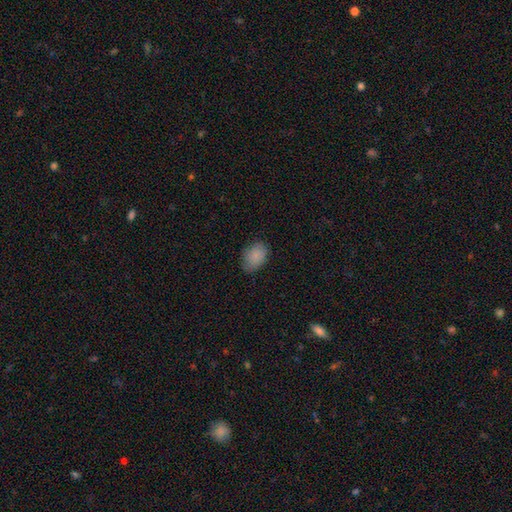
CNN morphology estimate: smooth 86%, star or artifact 8%, featured or disk 6%. Down the decision tree: how rounded — in between (82%); merging — none (77%).